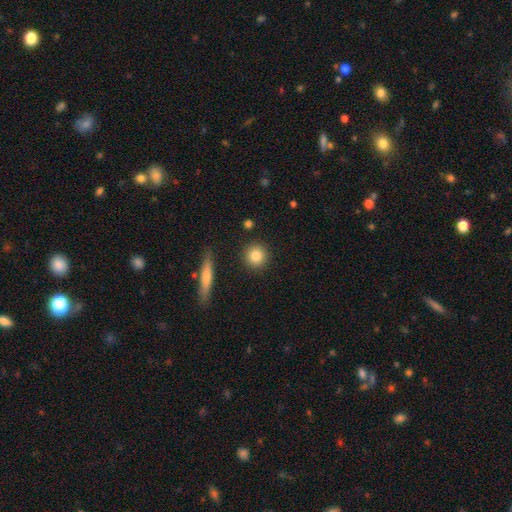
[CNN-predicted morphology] Overall: smooth (84%). How rounded: round (91%). Merging: none (89%).